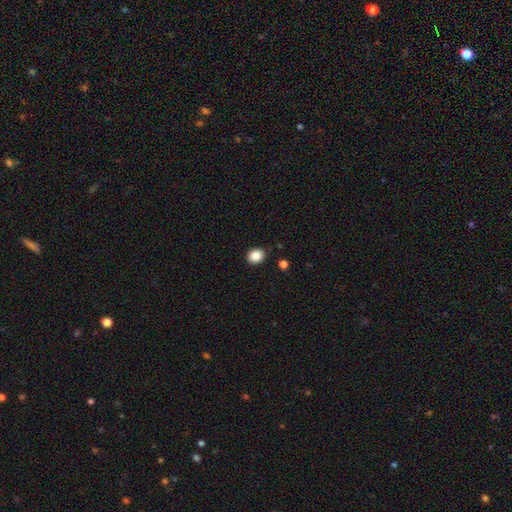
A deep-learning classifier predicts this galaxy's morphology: Q: Smooth or featured?
A: smooth (87%); runner-up: star or artifact (10%)
Q: How rounded?
A: round (59%); runner-up: in between (40%)
Q: Merging?
A: none (86%); runner-up: minor disturbance (9%)